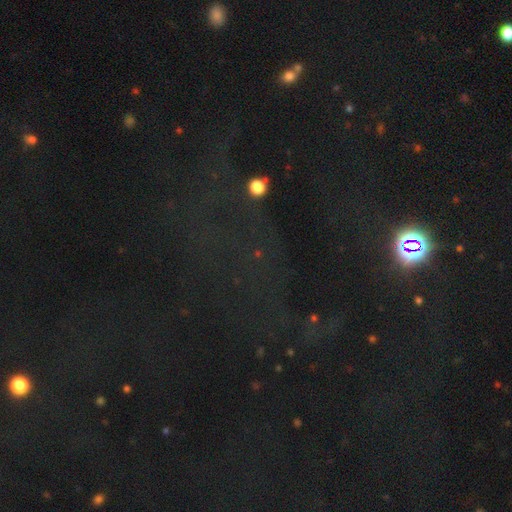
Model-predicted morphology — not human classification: Q: Smooth or featured?
A: star or artifact (70%); runner-up: smooth (19%)